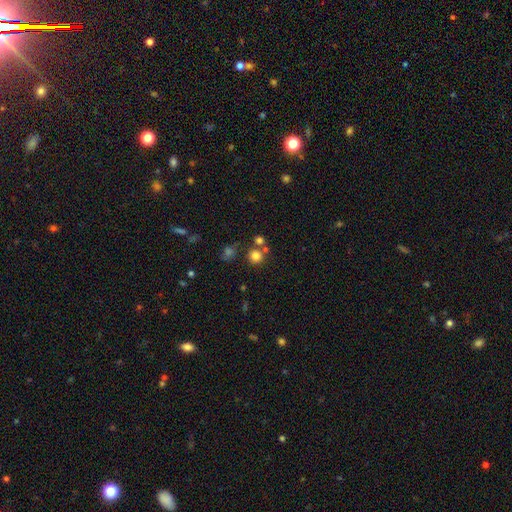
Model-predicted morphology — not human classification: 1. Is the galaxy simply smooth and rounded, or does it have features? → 78% smooth, 15% star or artifact, 7% featured or disk.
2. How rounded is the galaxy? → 91% round, 8% in between, 1% cigar-shaped.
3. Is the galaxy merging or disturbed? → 70% none, 18% merger, 8% minor disturbance, 4% major disturbance.